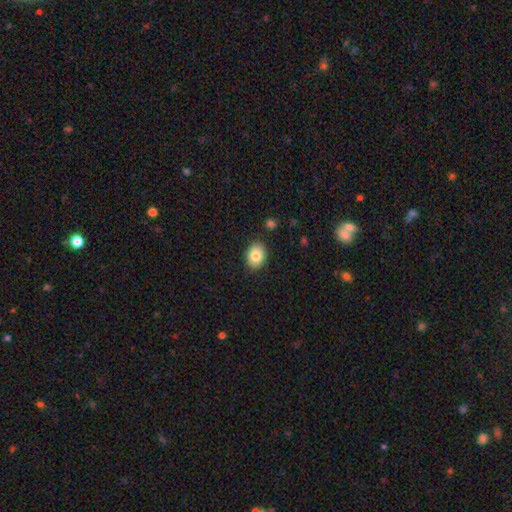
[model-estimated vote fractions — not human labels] smooth-or-featured: smooth: 82% | featured or disk: 10% | star or artifact: 9%
  how-rounded: in between: 56% | round: 43% | cigar-shaped: 1%
  merging: none: 87% | minor disturbance: 10% | major disturbance: 2% | merger: 2%